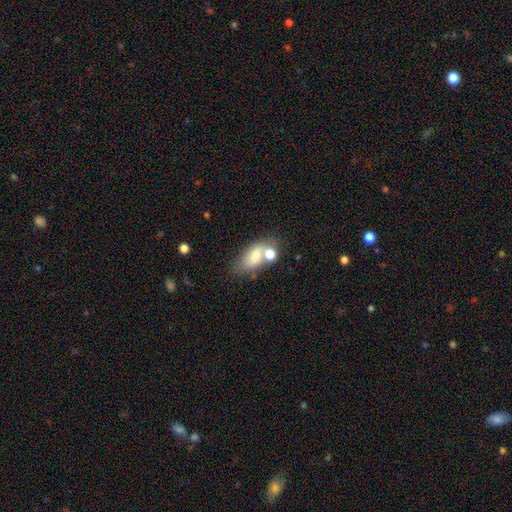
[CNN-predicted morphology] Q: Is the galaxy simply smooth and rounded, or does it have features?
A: smooth — 68%.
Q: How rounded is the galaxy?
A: in between — 84%.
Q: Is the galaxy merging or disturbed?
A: none — 41%.